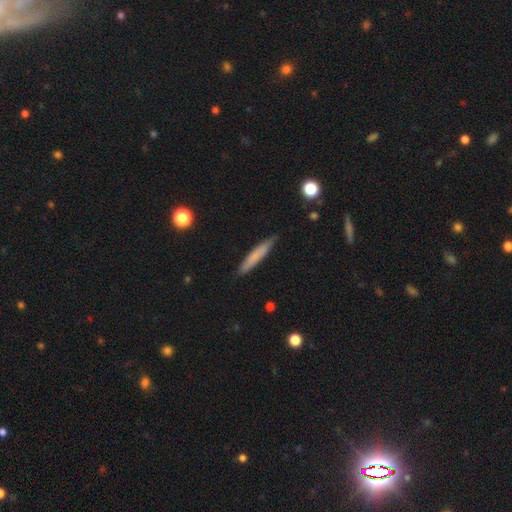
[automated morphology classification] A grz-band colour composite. It shows a smooth galaxy with no disk features (71%) that is cigar-shaped (94%). Merging: none (86%).